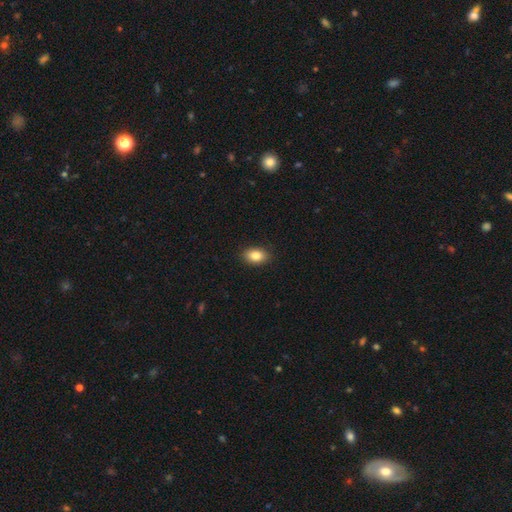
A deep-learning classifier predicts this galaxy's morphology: The model was most divided on "smooth or featured": smooth: 84%, star or artifact: 8%, featured or disk: 8%. More confident: merging — none (89%); how rounded — in between (87%).